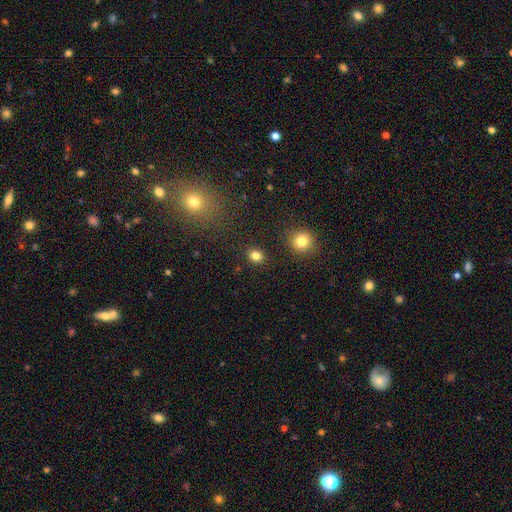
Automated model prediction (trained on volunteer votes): smooth-or-featured: smooth: 82% | star or artifact: 13% | featured or disk: 5%
  how-rounded: round: 65% | in between: 34% | cigar-shaped: 1%
  merging: none: 89% | minor disturbance: 7% | major disturbance: 2% | merger: 2%